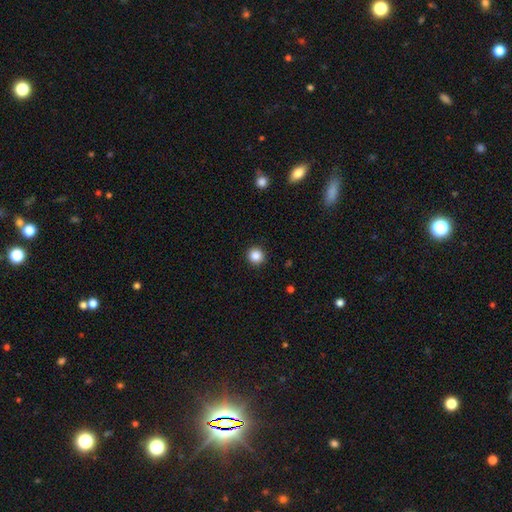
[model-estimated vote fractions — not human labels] A smooth galaxy with no disk features (86%) that is round (94%).

Vote fractions:
- Smooth or featured? smooth: 86% / star or artifact: 10% / featured or disk: 3%
- How rounded? round: 94% / in between: 5% / cigar-shaped: 1%
- Merging? none: 92% / minor disturbance: 5% / major disturbance: 2% / merger: 1%